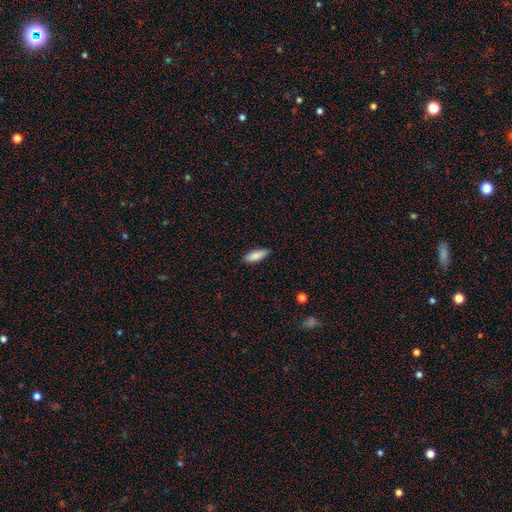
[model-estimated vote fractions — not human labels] This appears to be a smooth galaxy with no disk features (88%) that is in between round and cigar-shaped (65%). Merging: none (87%).